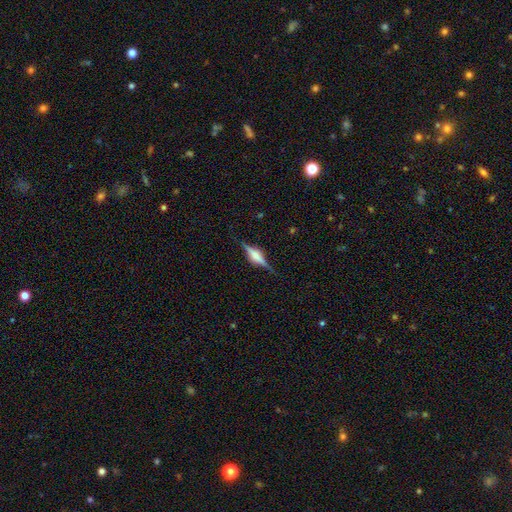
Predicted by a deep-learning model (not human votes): Morphology: type=featured or disk (79%); edge-on=yes (98%); edge-on bulge=rounded (70%); merging=none (85%).